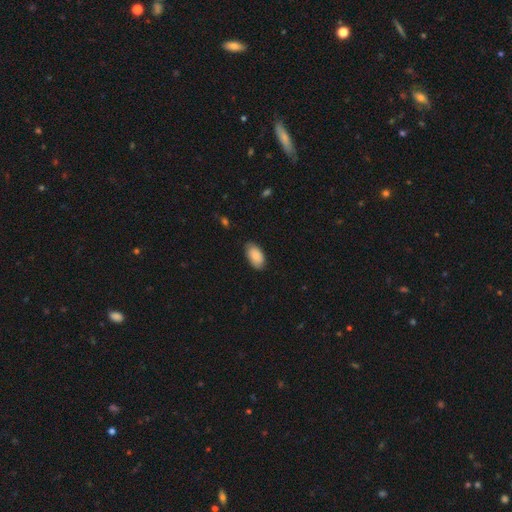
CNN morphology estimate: smooth 86%, featured or disk 7%, star or artifact 6%. Down the decision tree: how rounded — in between (95%); merging — none (80%).